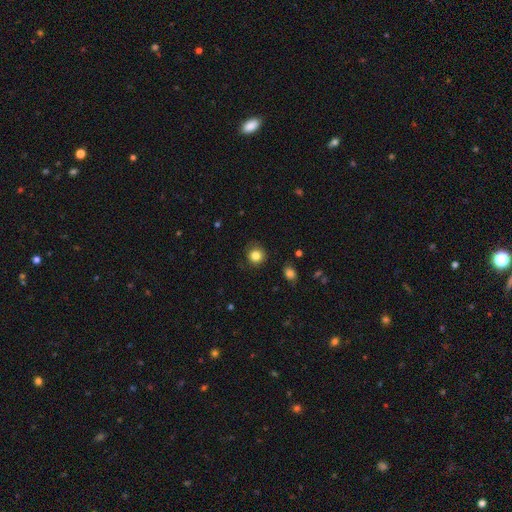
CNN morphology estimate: Q: Smooth or featured?
A: smooth (84%); runner-up: star or artifact (11%)
Q: How rounded?
A: round (91%); runner-up: in between (8%)
Q: Merging?
A: none (84%); runner-up: minor disturbance (11%)